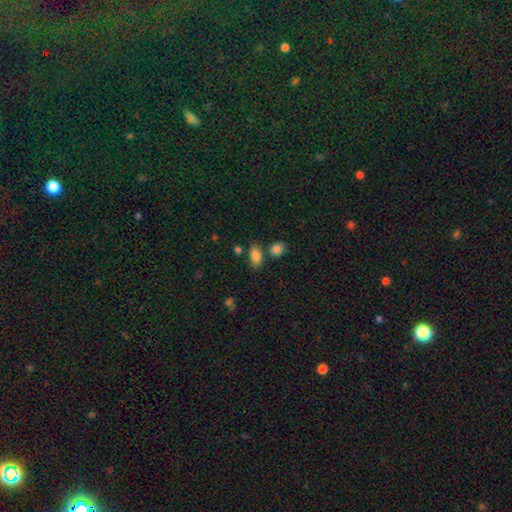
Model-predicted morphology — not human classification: Smooth or featured? smooth (84%)
How rounded? in between (87%)
Merging? none (68%)